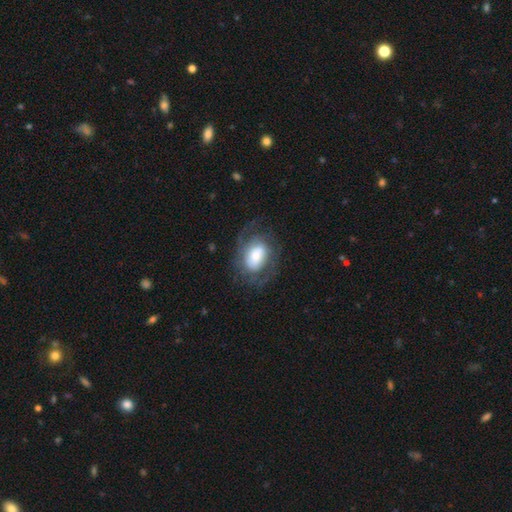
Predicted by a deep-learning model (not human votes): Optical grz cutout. It shows a featured or disk galaxy (55%) with no bar (56%), spiral arms (74%) and a large central bulge (35%). Merging: none (61%).